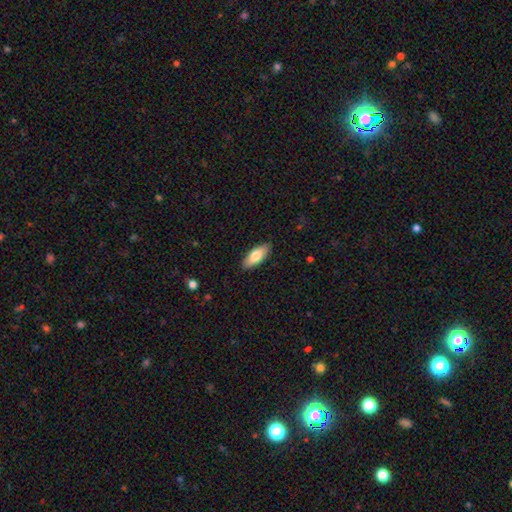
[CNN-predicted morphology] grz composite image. It shows a smooth galaxy with no disk features (76%) that is in between round and cigar-shaped (77%). Merging: none (89%).